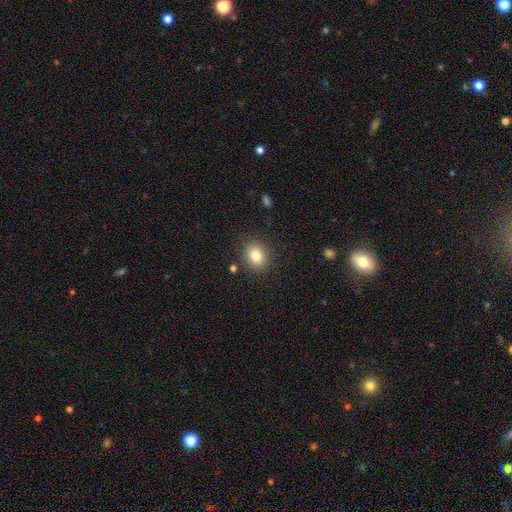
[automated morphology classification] Smooth or featured?
  - smooth: 81% *
  - star or artifact: 11%
  - featured or disk: 8%
How rounded?
  - round: 65% *
  - in between: 35%
  - cigar-shaped: 1%
Merging?
  - none: 87% *
  - minor disturbance: 8%
  - major disturbance: 3%
  - merger: 2%